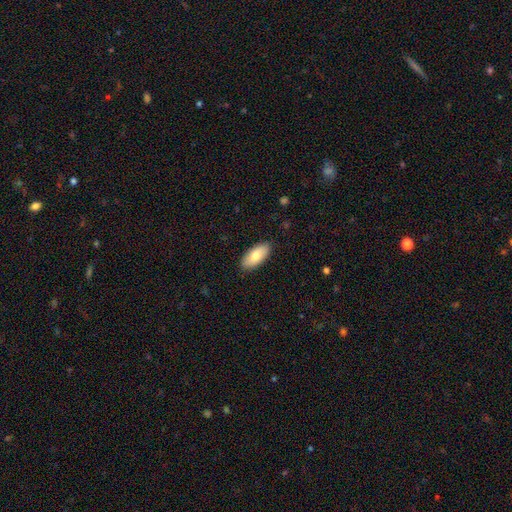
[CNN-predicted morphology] Smooth or featured: smooth — 77% (featured or disk — 17%)
How rounded: in between — 90% (cigar-shaped — 8%)
Merging: none — 89% (minor disturbance — 8%)